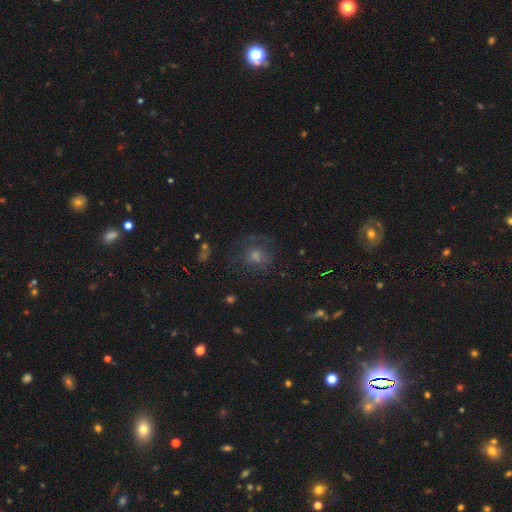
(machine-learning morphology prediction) smooth 43%, star or artifact 31%, featured or disk 25%. Down the decision tree: merging — none (67%).